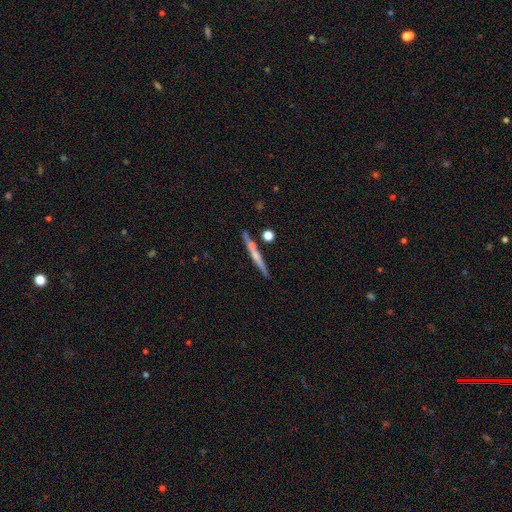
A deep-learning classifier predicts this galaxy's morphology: smooth-or-featured: featured or disk: 55% | smooth: 38% | star or artifact: 7%
  disk-edge-on: yes: 96% | no: 4%
    edge-on-bulge: none: 51% | rounded: 41% | boxy: 8%
  merging: none: 81% | minor disturbance: 9% | merger: 7% | major disturbance: 2%